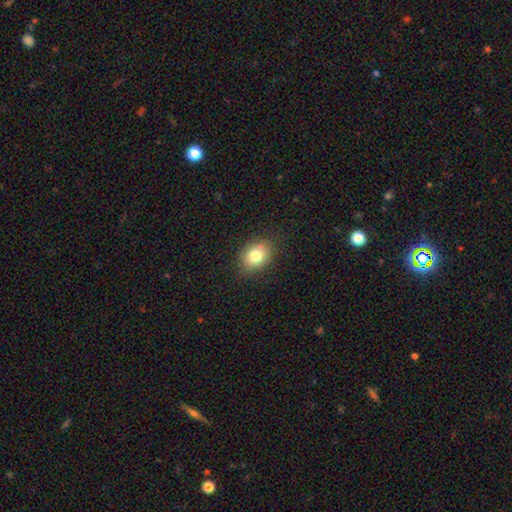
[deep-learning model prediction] This appears to be a smooth galaxy with no disk features (79%) that is in between round and cigar-shaped (63%). Merging: none (85%).